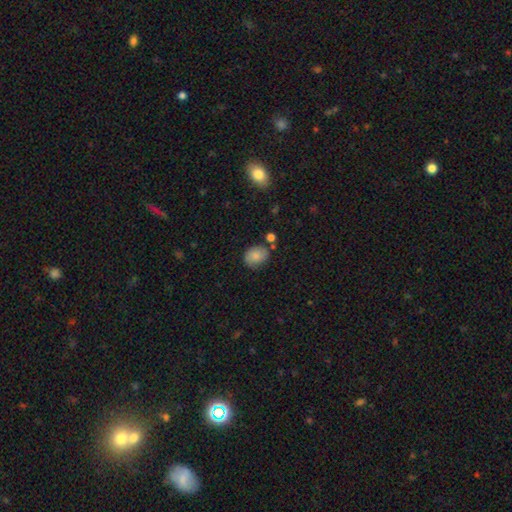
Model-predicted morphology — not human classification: This appears to be a smooth galaxy with no disk features (79%) that is in between round and cigar-shaped (52%). Merging: none (71%).